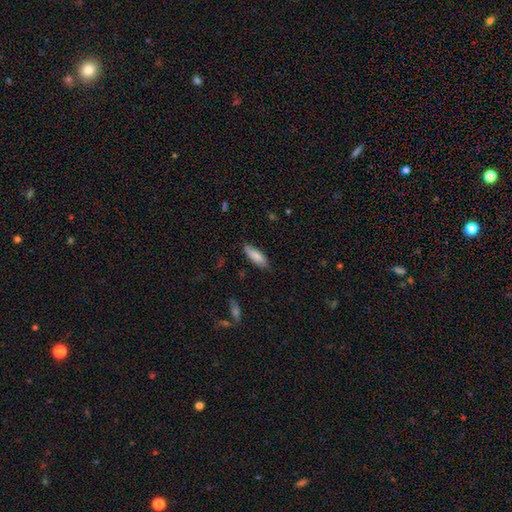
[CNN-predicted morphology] A smooth galaxy with no disk features (85%) that is in between round and cigar-shaped (53%).

Vote fractions:
- Smooth or featured? smooth: 85% / featured or disk: 9% / star or artifact: 6%
- How rounded? in between: 53% / cigar-shaped: 46% / round: 1%
- Merging? none: 81% / minor disturbance: 15% / major disturbance: 3% / merger: 1%